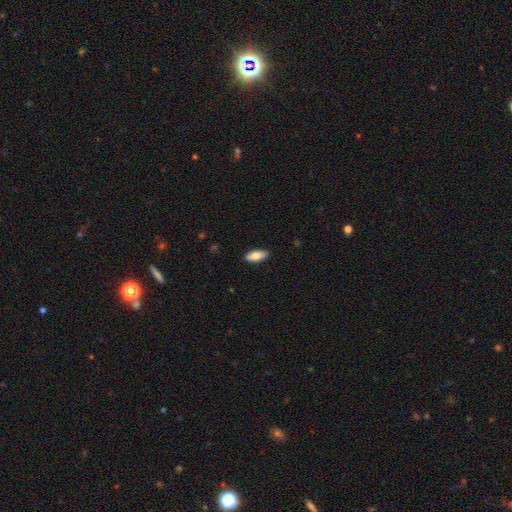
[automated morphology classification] Smooth or featured?
  - smooth: 81% *
  - featured or disk: 13%
  - star or artifact: 6%
How rounded?
  - in between: 83% *
  - cigar-shaped: 15%
  - round: 2%
Merging?
  - none: 89% *
  - minor disturbance: 9%
  - major disturbance: 2%
  - merger: 1%